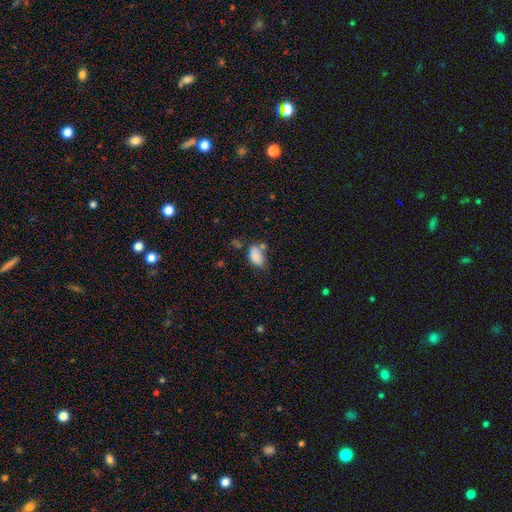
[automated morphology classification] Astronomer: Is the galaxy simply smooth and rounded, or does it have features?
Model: smooth — 83%.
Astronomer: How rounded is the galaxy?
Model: in between — 90%.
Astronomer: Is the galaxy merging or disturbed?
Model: none — 45% (runner-up: minor disturbance, 25%).